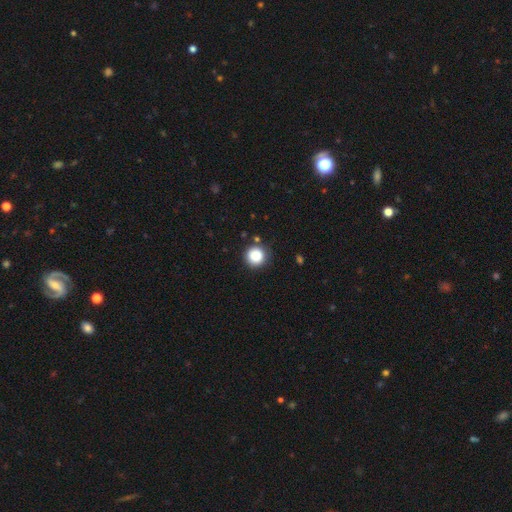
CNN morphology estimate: This is clearly a smooth galaxy (85%). How rounded: clearly round (95%). Merging: clearly none (87%).